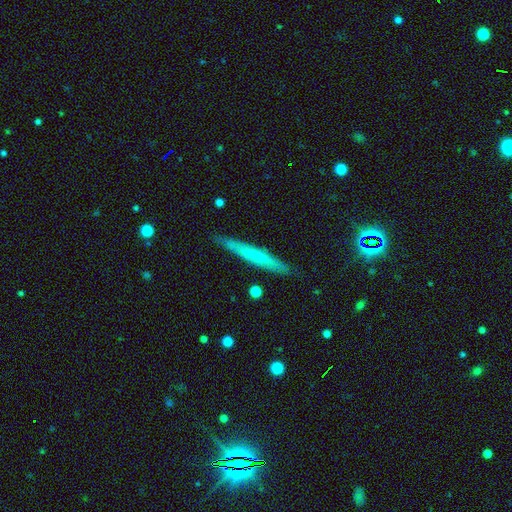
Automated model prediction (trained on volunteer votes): Smooth or featured: smooth — 51% (featured or disk — 42%)
How rounded: cigar-shaped — 96% (in between — 3%)
Merging: none — 89% (minor disturbance — 8%)